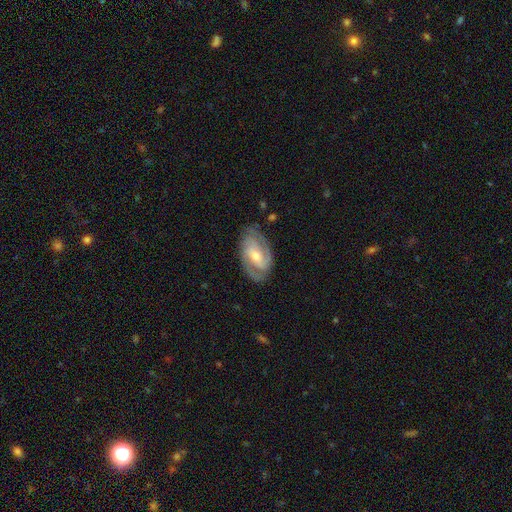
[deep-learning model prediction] A featured or disk galaxy (85%) with a weak bar (43%), 2 (74%) tight (50%) spiral arms (96%) and a moderate central bulge (51%). Merging: none (79%).